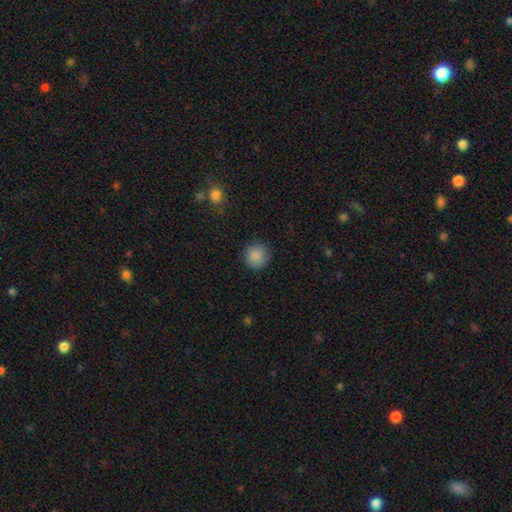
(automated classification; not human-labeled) Q: Smooth or featured?
A: smooth (88%); runner-up: star or artifact (8%)
Q: How rounded?
A: round (94%); runner-up: in between (5%)
Q: Merging?
A: none (89%); runner-up: minor disturbance (8%)